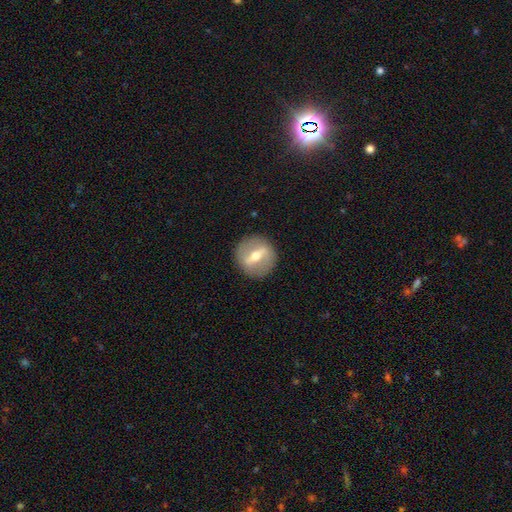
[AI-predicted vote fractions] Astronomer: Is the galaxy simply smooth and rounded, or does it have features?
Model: featured or disk — 65%.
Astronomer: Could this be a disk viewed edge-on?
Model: no — 77%.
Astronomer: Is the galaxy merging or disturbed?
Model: none — 89%.